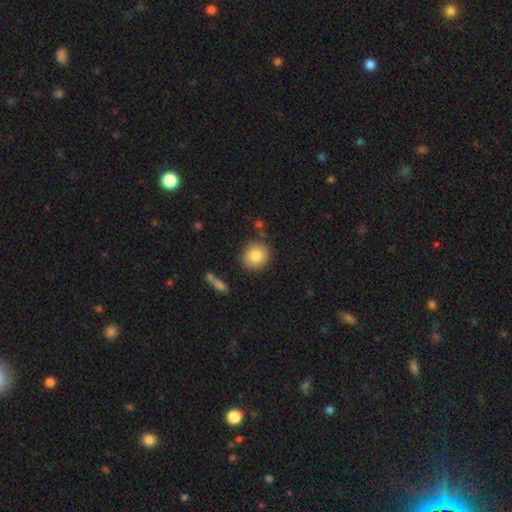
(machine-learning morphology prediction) A smooth galaxy with no disk features (83%) that is round (82%).

Vote fractions:
- Smooth or featured? smooth: 83% / featured or disk: 9% / star or artifact: 8%
- How rounded? round: 82% / in between: 17% / cigar-shaped: 1%
- Merging? none: 83% / minor disturbance: 10% / merger: 4% / major disturbance: 3%